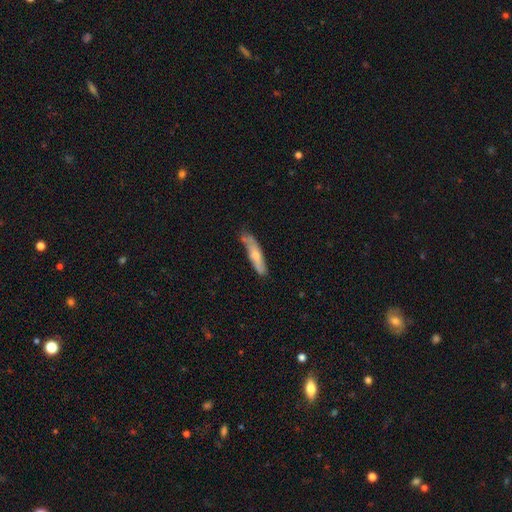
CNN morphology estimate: A smooth galaxy with no disk features (59%) that is cigar-shaped (77%). Merging: none (59%).